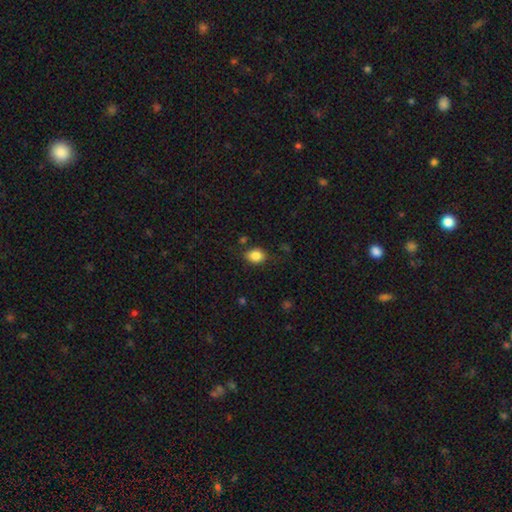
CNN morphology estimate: smooth-or-featured: smooth: 84% | star or artifact: 9% | featured or disk: 6%
  how-rounded: in between: 62% | round: 37% | cigar-shaped: 1%
  merging: none: 76% | minor disturbance: 17% | major disturbance: 4% | merger: 3%